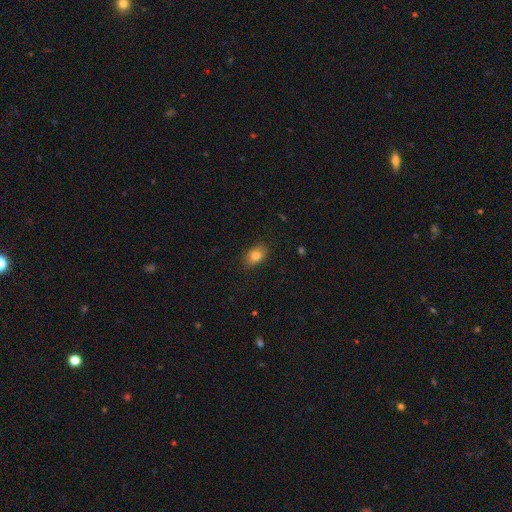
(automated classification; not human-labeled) A smooth galaxy with no disk features (82%) that is in between round and cigar-shaped (81%).

Vote fractions:
- Smooth or featured? smooth: 82% / star or artifact: 10% / featured or disk: 8%
- How rounded? in between: 81% / round: 17% / cigar-shaped: 2%
- Merging? none: 85% / minor disturbance: 11% / major disturbance: 2% / merger: 1%